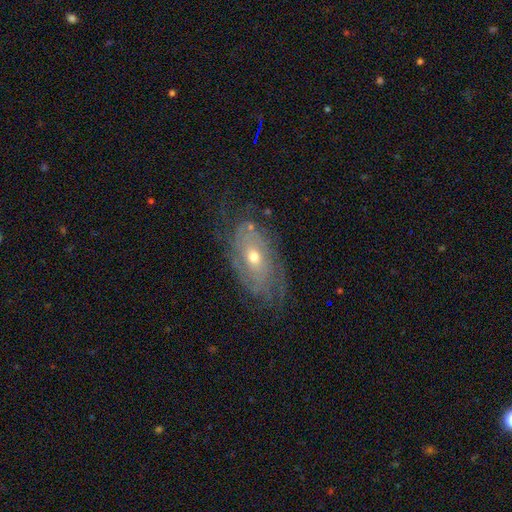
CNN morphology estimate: A featured or disk galaxy (66%) with no bar (75%), spiral arms (72%) and a moderate central bulge (57%). Merging: none (71%).